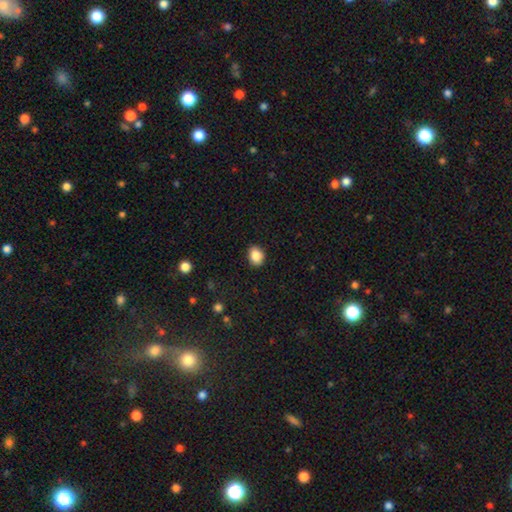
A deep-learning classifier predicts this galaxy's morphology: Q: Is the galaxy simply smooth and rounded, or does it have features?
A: smooth — 87%.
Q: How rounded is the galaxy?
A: in between — 56%.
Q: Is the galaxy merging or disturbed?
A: none — 88%.